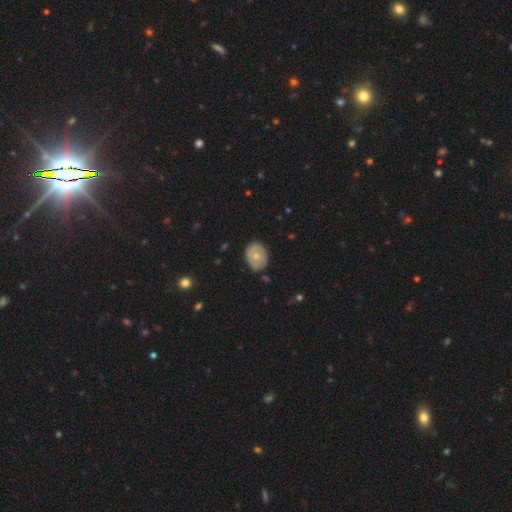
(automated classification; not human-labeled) Morphology: type=smooth (54%); roundness=in between (57%); merging=none (78%).